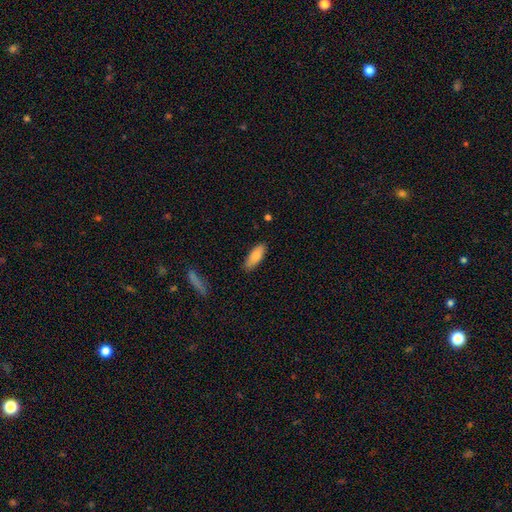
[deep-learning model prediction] smooth-or-featured: smooth: 81% | featured or disk: 13% | star or artifact: 6%
  how-rounded: in between: 70% | cigar-shaped: 28% | round: 2%
  merging: none: 86% | minor disturbance: 10% | major disturbance: 2% | merger: 1%